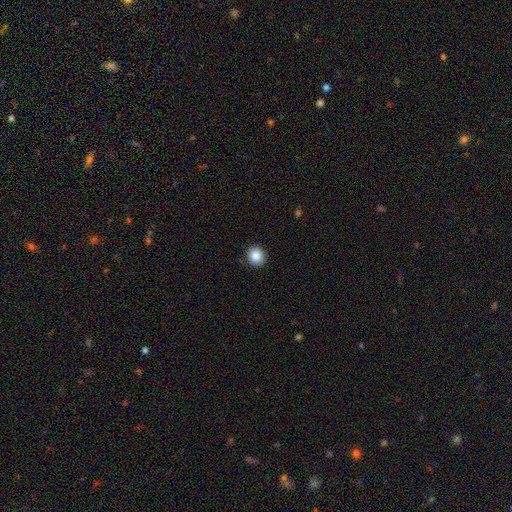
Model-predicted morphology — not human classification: smooth-or-featured: smooth: 86% | star or artifact: 9% | featured or disk: 5%
  how-rounded: round: 84% | in between: 15% | cigar-shaped: 1%
  merging: none: 89% | minor disturbance: 8% | major disturbance: 2% | merger: 1%